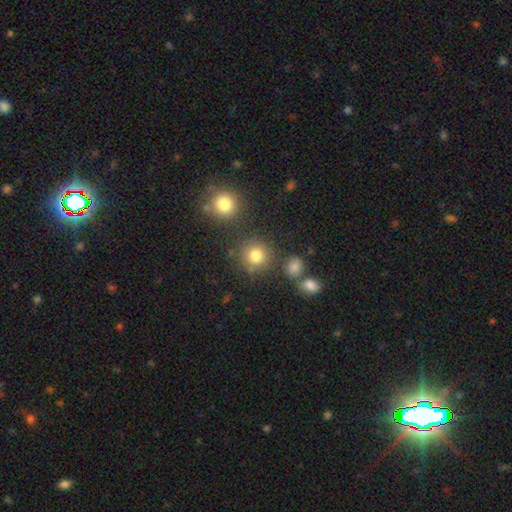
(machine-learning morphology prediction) The model was most divided on "smooth or featured": smooth: 79%, star or artifact: 14%, featured or disk: 6%. More confident: how rounded — round (91%); merging — none (79%).